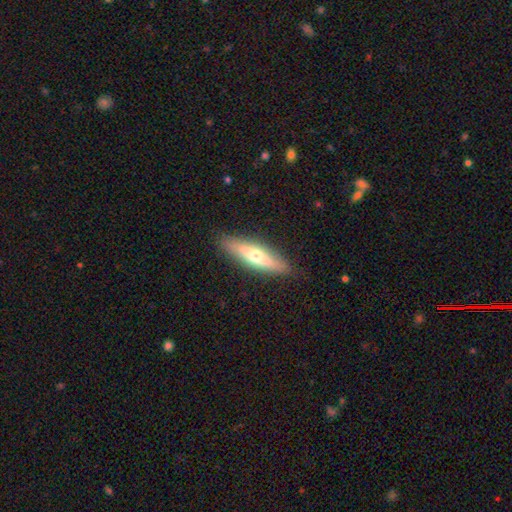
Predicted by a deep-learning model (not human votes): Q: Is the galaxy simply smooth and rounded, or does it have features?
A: smooth — 47%, tied with featured or disk.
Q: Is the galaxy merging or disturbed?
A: none — 88%.